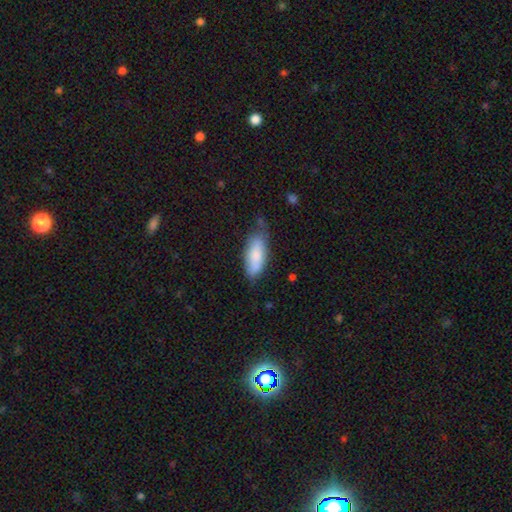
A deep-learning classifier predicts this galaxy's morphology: This appears to be a smooth galaxy with no disk features (82%) that is in between round and cigar-shaped (73%). Merging: none (60%).